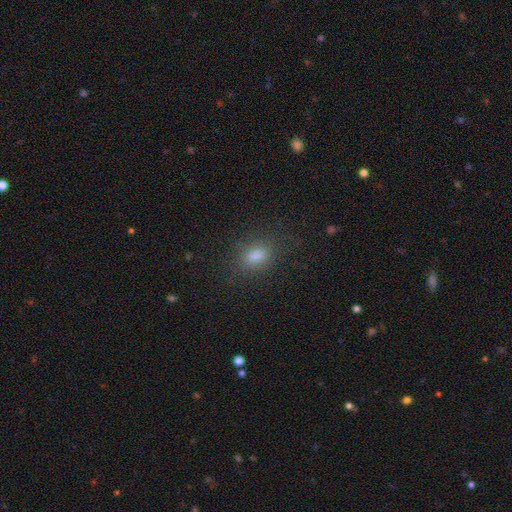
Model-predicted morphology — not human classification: A smooth galaxy with no disk features (79%) that is in between round and cigar-shaped (72%).

Vote fractions:
- Smooth or featured? smooth: 79% / star or artifact: 14% / featured or disk: 7%
- How rounded? in between: 72% / round: 25% / cigar-shaped: 3%
- Merging? none: 83% / minor disturbance: 11% / major disturbance: 5% / merger: 1%